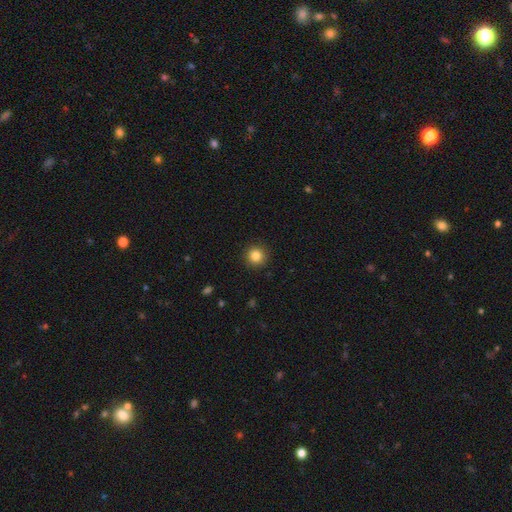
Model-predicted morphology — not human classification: Smooth or featured?
  - smooth: 84% *
  - star or artifact: 11%
  - featured or disk: 5%
How rounded?
  - round: 95% *
  - in between: 4%
  - cigar-shaped: 1%
Merging?
  - none: 92% *
  - minor disturbance: 5%
  - major disturbance: 2%
  - merger: 1%